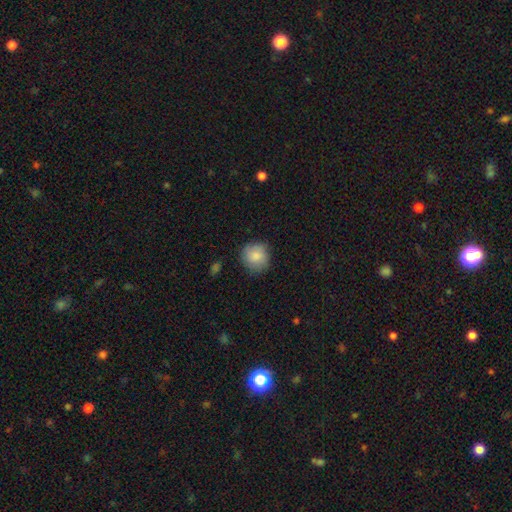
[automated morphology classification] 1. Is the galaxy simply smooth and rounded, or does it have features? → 86% smooth, 7% star or artifact, 7% featured or disk.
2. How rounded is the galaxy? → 89% round, 10% in between, 1% cigar-shaped.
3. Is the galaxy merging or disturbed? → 80% none, 15% minor disturbance, 3% major disturbance, 1% merger.